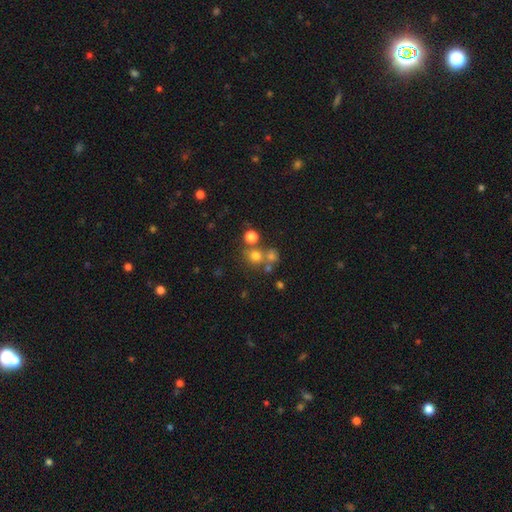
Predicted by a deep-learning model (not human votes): Q: Smooth or featured?
A: smooth (69%); runner-up: star or artifact (20%)
Q: How rounded?
A: round (88%); runner-up: in between (11%)
Q: Merging?
A: none (61%); runner-up: merger (27%)